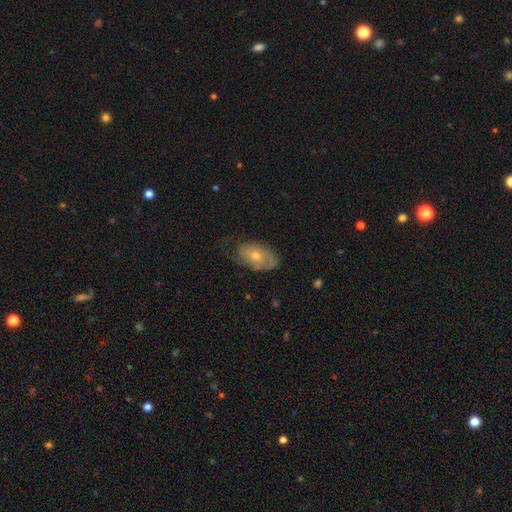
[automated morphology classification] A featured or disk galaxy (54%).

Vote fractions:
- Smooth or featured? featured or disk: 54% / smooth: 39% / star or artifact: 8%
- Edge-on disk? no: 91% / yes: 9%
- Merging? none: 60% / minor disturbance: 28% / major disturbance: 11% / merger: 1%